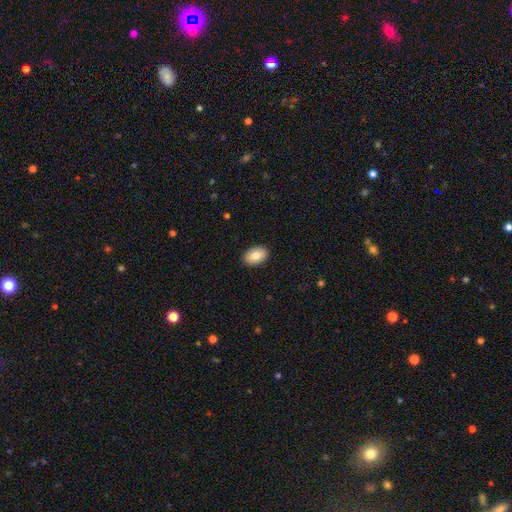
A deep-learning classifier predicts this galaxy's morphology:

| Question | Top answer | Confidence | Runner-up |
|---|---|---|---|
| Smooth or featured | smooth | 84% | featured or disk (10%) |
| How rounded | in between | 90% | round (9%) |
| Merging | none | 90% | minor disturbance (7%) |